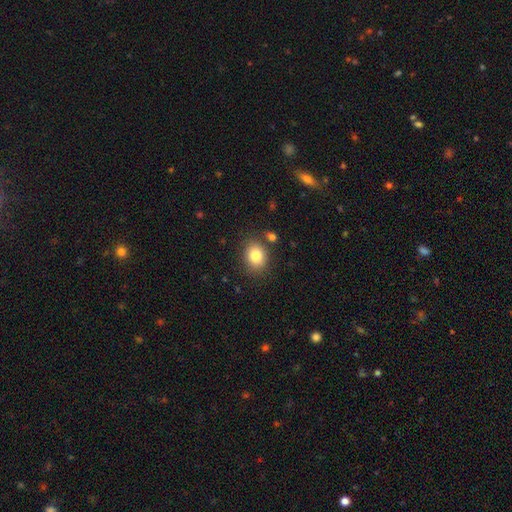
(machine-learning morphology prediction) Smooth or featured?
  - smooth: 83% *
  - star or artifact: 9%
  - featured or disk: 8%
How rounded?
  - round: 50% *
  - in between: 49%
  - cigar-shaped: 1%
Merging?
  - none: 81% *
  - minor disturbance: 11%
  - merger: 5%
  - major disturbance: 3%